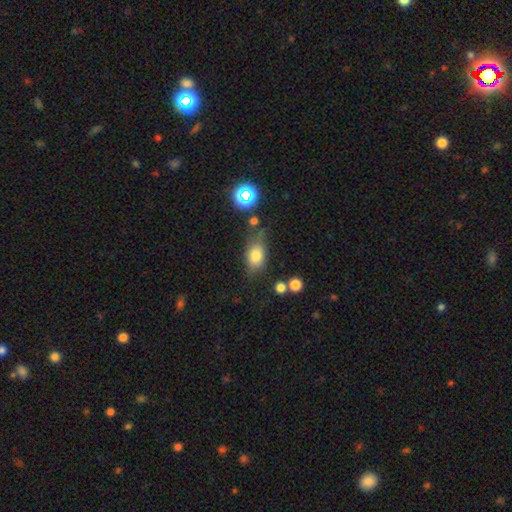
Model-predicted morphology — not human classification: A smooth galaxy with no disk features (77%) that is in between round and cigar-shaped (79%).

Vote fractions:
- Smooth or featured? smooth: 77% / featured or disk: 12% / star or artifact: 11%
- How rounded? in between: 79% / round: 17% / cigar-shaped: 4%
- Merging? none: 57% / minor disturbance: 25% / major disturbance: 9% / merger: 8%